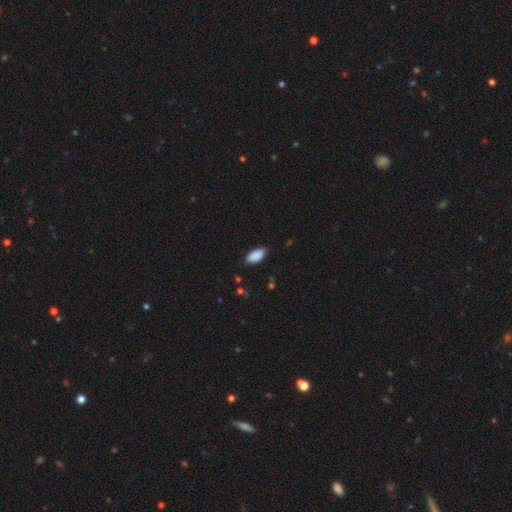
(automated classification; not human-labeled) smooth_or_featured: smooth (p=0.90) [alt: star or artifact p=0.07]
how_rounded: in between (p=0.94) [alt: cigar-shaped p=0.04]
merging: none (p=0.85) [alt: minor disturbance p=0.12]